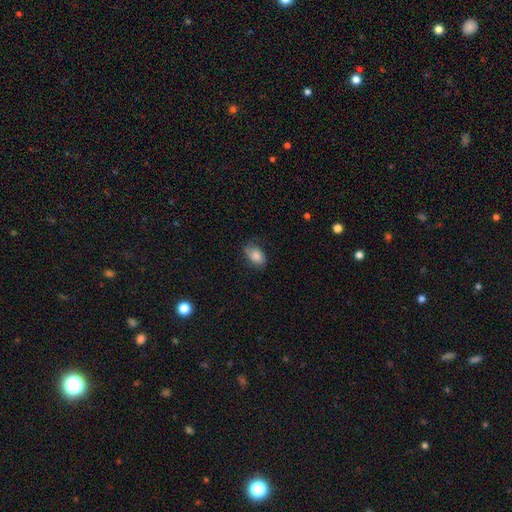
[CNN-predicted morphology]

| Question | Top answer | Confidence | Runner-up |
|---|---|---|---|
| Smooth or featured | smooth | 80% | featured or disk (12%) |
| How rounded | in between | 86% | round (12%) |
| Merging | none | 63% | minor disturbance (27%) |